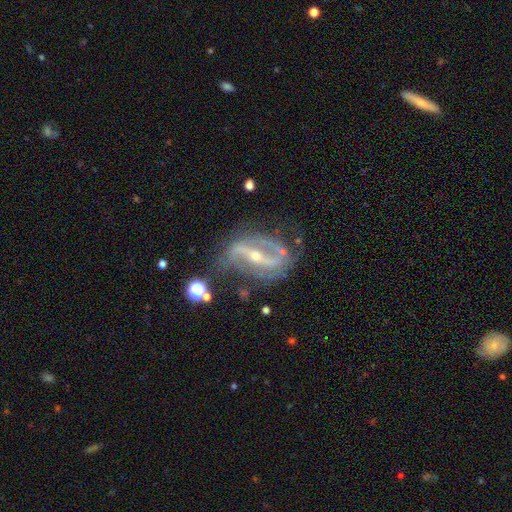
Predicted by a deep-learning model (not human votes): Overall: featured or disk (89%). Edge-on disk: no (93%). Bar: strong (73%). Spiral arms: yes (92%). Spiral arm count: 2 (86%). Spiral winding: medium (42%; loose 38%). Bulge size: small (62%; moderate 34%). Merging: none (60%; minor disturbance 22%).